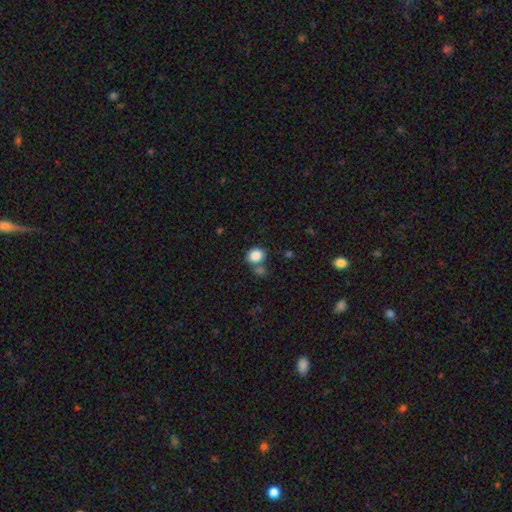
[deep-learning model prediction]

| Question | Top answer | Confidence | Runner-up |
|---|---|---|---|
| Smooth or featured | smooth | 86% | star or artifact (10%) |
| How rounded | round | 66% | in between (33%) |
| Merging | none | 60% | merger (24%) |